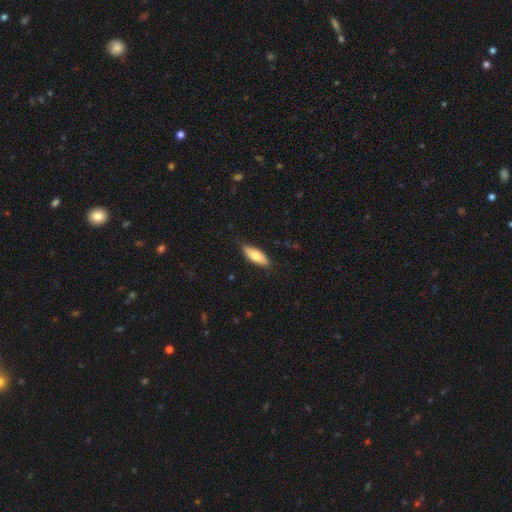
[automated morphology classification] Smooth or featured? smooth (77%)
How rounded? in between (74%)
Merging? none (83%)